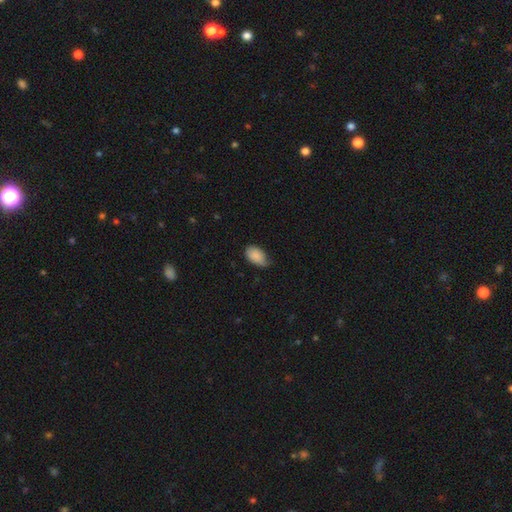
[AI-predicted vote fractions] This is clearly a smooth galaxy (87%). How rounded: clearly in between (92%). Merging: possibly none (53%).